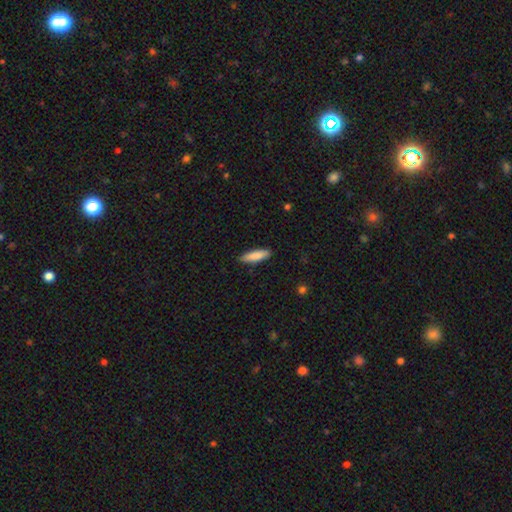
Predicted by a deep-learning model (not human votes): A smooth galaxy with no disk features (86%) that is cigar-shaped (62%). Merging: none (86%).